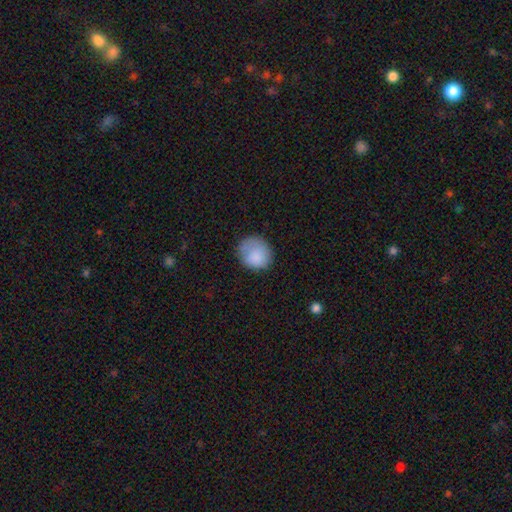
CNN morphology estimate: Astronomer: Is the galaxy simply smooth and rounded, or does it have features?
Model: smooth — 83%.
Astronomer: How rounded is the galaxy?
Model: round — 80%.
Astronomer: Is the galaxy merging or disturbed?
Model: none — 63%.